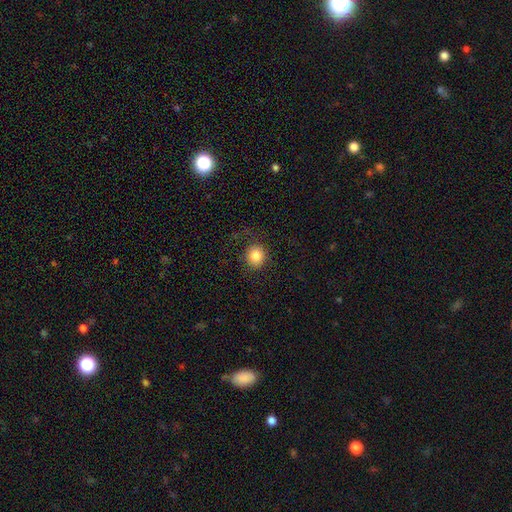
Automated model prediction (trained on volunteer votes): Smooth or featured: smooth — 83% (star or artifact — 10%)
How rounded: round — 89% (in between — 10%)
Merging: none — 85% (minor disturbance — 9%)